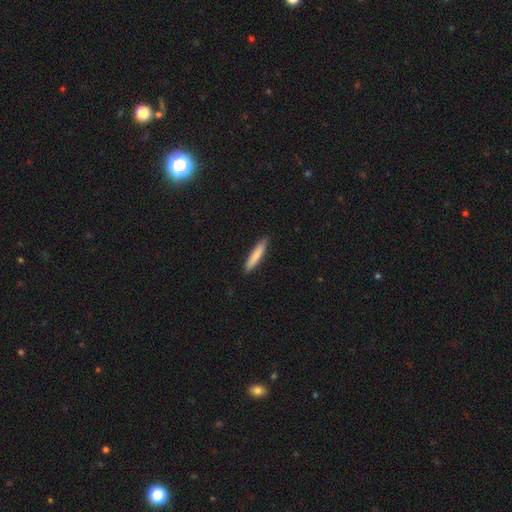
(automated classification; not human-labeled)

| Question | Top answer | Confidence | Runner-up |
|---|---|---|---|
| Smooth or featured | smooth | 82% | featured or disk (13%) |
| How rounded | cigar-shaped | 89% | in between (10%) |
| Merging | none | 89% | minor disturbance (8%) |